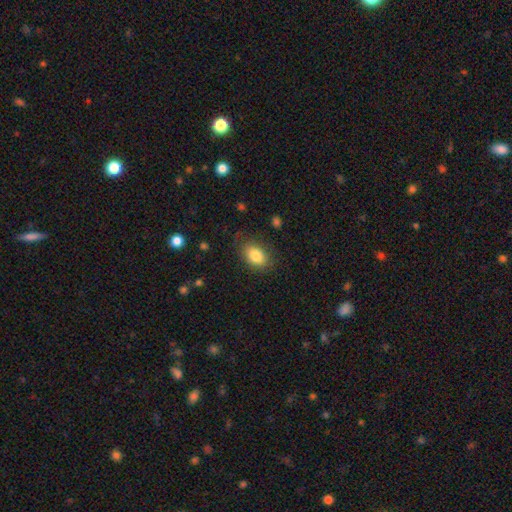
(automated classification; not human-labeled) Q: Smooth or featured?
A: smooth (84%); runner-up: star or artifact (8%)
Q: How rounded?
A: in between (83%); runner-up: round (16%)
Q: Merging?
A: none (79%); runner-up: minor disturbance (15%)